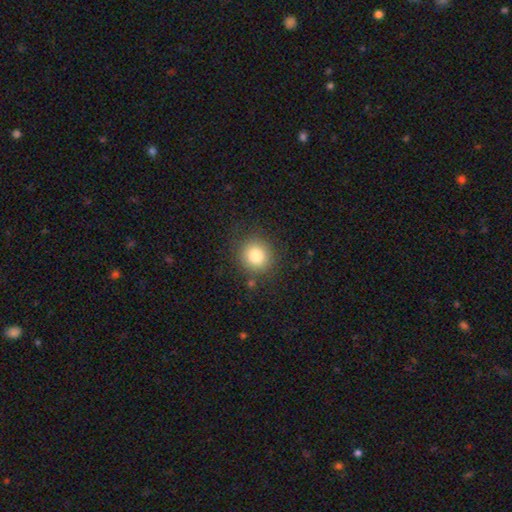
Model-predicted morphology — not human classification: A smooth galaxy with no disk features (82%) that is round (89%).

Vote fractions:
- Smooth or featured? smooth: 82% / star or artifact: 11% / featured or disk: 8%
- How rounded? round: 89% / in between: 10% / cigar-shaped: 1%
- Merging? none: 84% / minor disturbance: 10% / major disturbance: 4% / merger: 2%